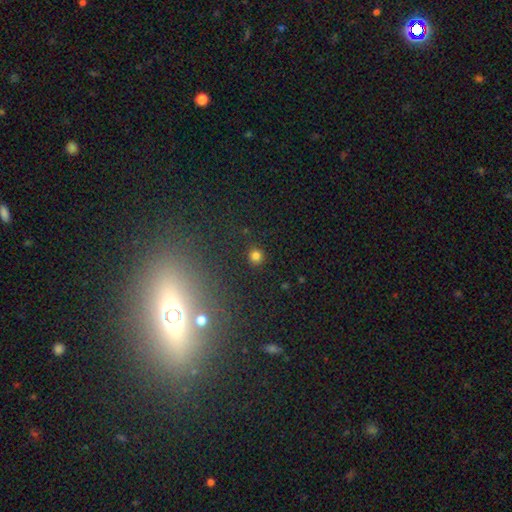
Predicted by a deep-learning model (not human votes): The model was most divided on "smooth or featured": smooth: 79%, star or artifact: 16%, featured or disk: 5%. More confident: how rounded — round (92%); merging — none (90%).